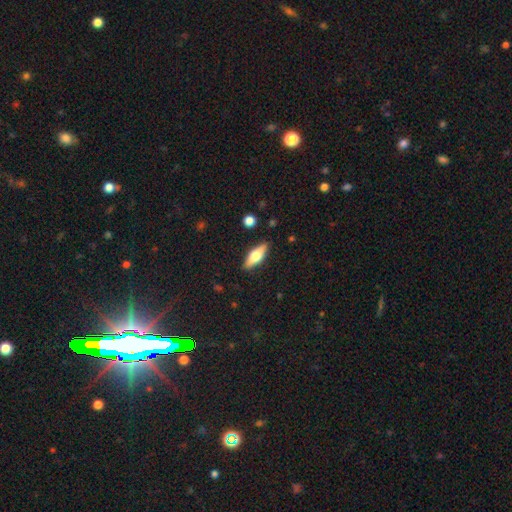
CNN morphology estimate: smooth_or_featured: smooth (p=0.48) [alt: featured or disk p=0.45]
merging: none (p=0.88) [alt: minor disturbance p=0.09]